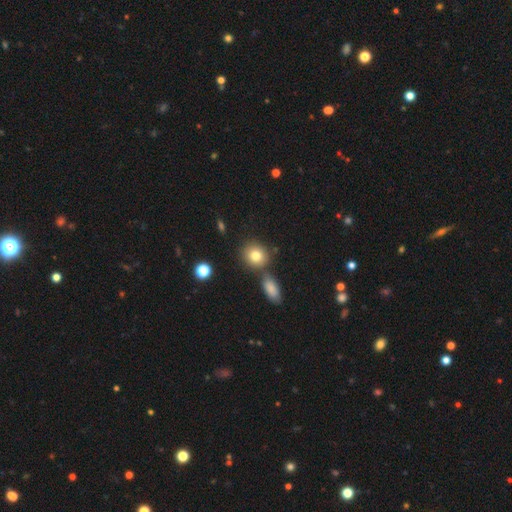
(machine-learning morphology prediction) Smooth or featured? Predicted: smooth (p=0.80). How rounded? Predicted: round (p=0.76). Merging? Predicted: none (p=0.70).